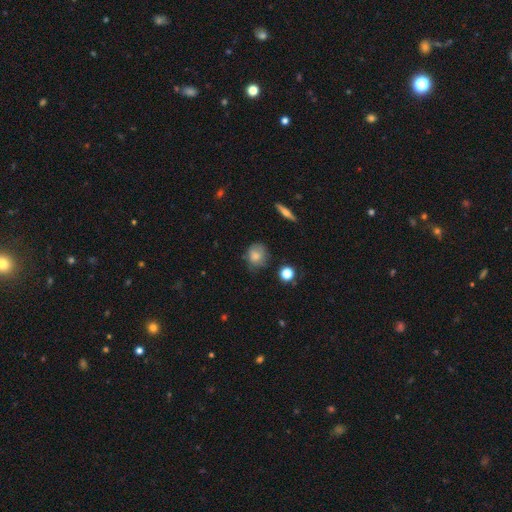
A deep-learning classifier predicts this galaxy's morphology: smooth 77%, featured or disk 14%, star or artifact 9%. Down the decision tree: how rounded — round (68%); merging — none (63%).